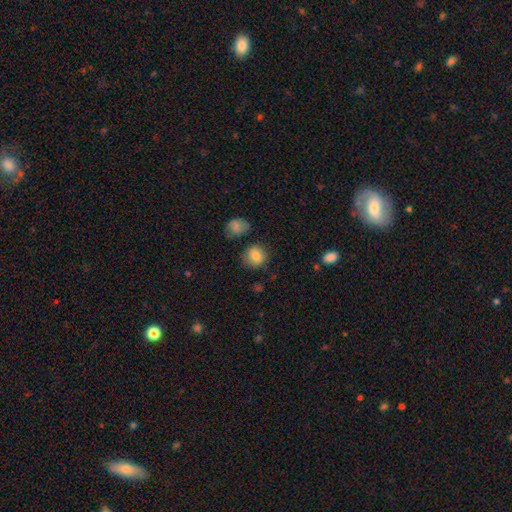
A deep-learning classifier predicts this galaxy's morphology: Smooth or featured: smooth — 83% (star or artifact — 10%)
How rounded: round — 82% (in between — 17%)
Merging: none — 77% (minor disturbance — 15%)